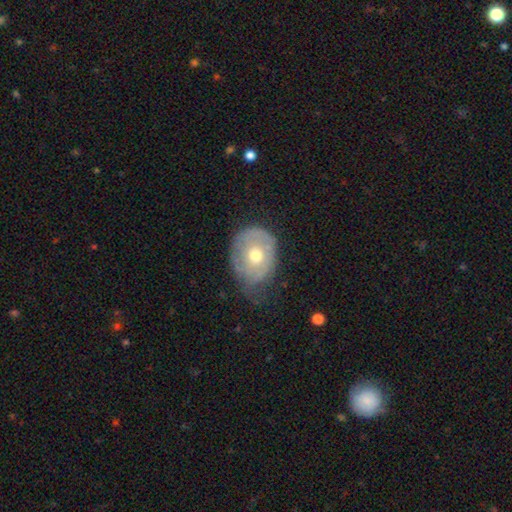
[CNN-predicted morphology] Smooth or featured?
  - featured or disk: 49% *
  - smooth: 45%
  - star or artifact: 7%
Merging?
  - none: 41% *
  - minor disturbance: 39%
  - major disturbance: 18%
  - merger: 2%